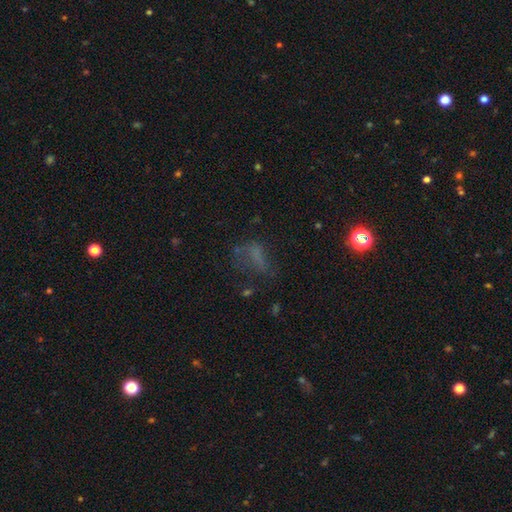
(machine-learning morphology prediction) This appears to be a smooth galaxy with no disk features (47%). Merging: none (41%).